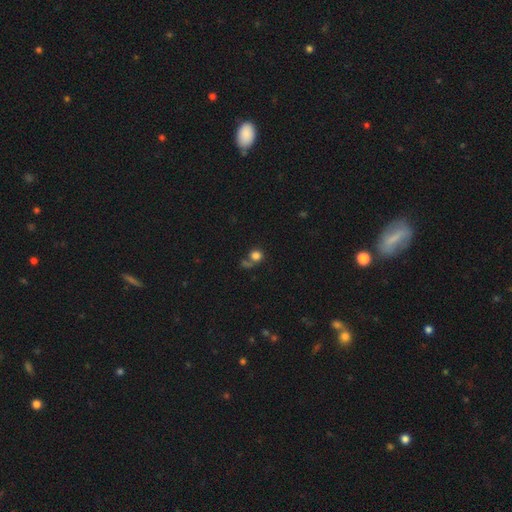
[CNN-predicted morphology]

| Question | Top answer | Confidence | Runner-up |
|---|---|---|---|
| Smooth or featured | smooth | 78% | star or artifact (13%) |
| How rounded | round | 84% | in between (14%) |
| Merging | none | 48% | merger (28%) |